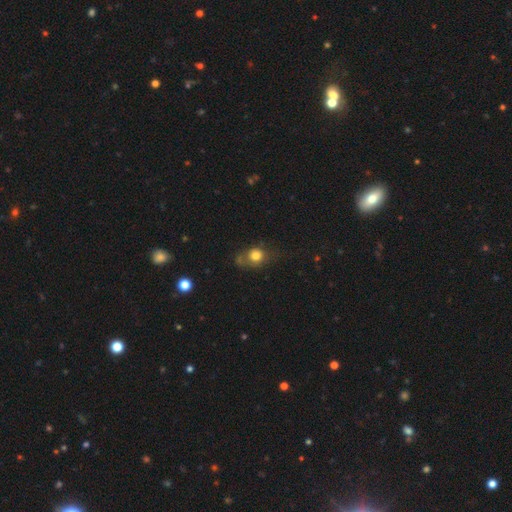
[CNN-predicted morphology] This is likely a smooth galaxy (76%). How rounded: likely round (65%). Merging: possibly none (50%).